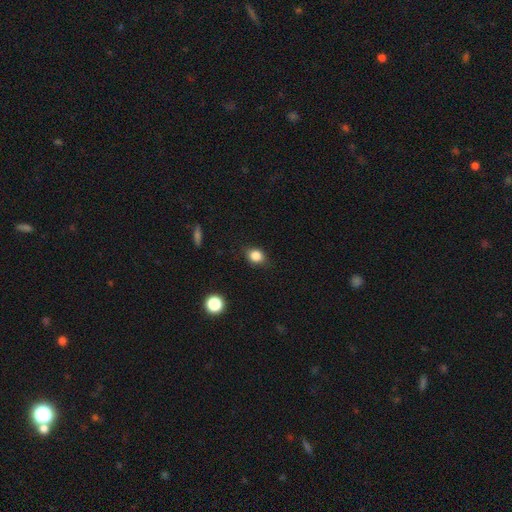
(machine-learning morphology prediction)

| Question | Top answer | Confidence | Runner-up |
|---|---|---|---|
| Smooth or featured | smooth | 83% | star or artifact (11%) |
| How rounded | round | 57% | in between (42%) |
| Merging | none | 80% | minor disturbance (15%) |